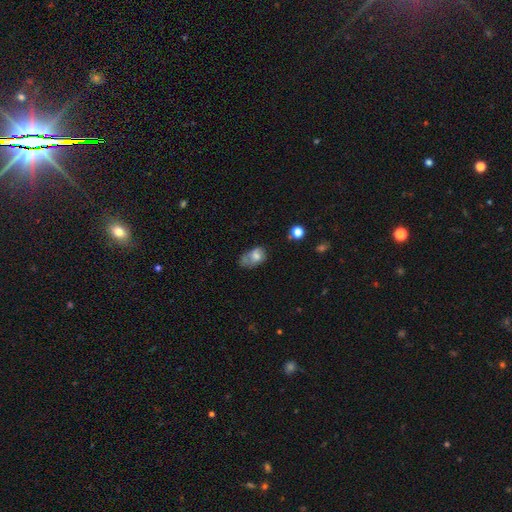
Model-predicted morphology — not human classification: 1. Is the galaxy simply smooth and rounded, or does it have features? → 63% smooth, 26% featured or disk, 11% star or artifact.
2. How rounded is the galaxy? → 82% in between, 16% round, 2% cigar-shaped.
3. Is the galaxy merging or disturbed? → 31% minor disturbance, 27% none, 26% major disturbance, 16% merger.